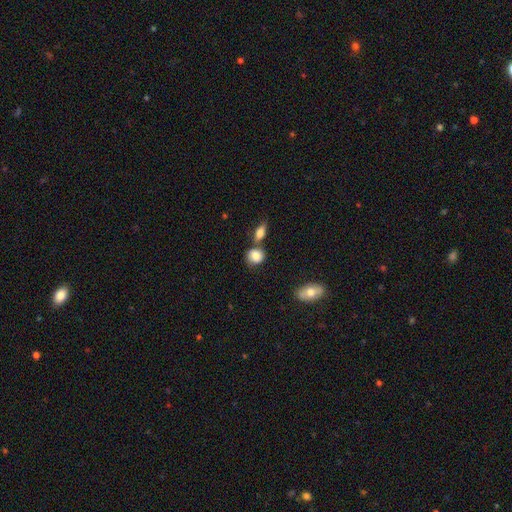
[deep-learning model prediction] Overall: smooth (84%). How rounded: round (66%; in between 32%). Merging: none (58%; merger 24%).